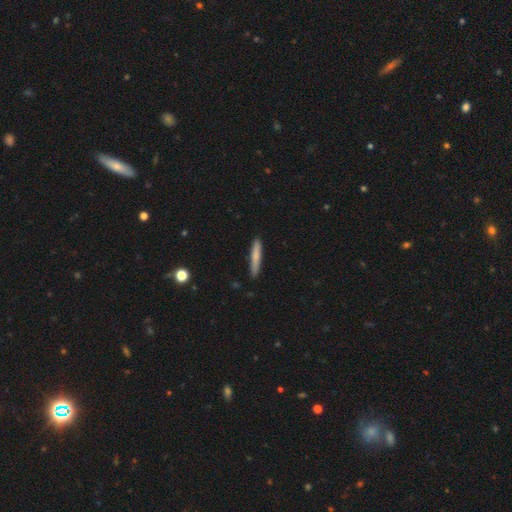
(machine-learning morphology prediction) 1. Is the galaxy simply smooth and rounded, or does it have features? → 75% smooth, 19% featured or disk, 6% star or artifact.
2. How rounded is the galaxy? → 94% cigar-shaped, 5% in between, 1% round.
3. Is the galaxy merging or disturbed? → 88% none, 9% minor disturbance, 2% major disturbance, 1% merger.